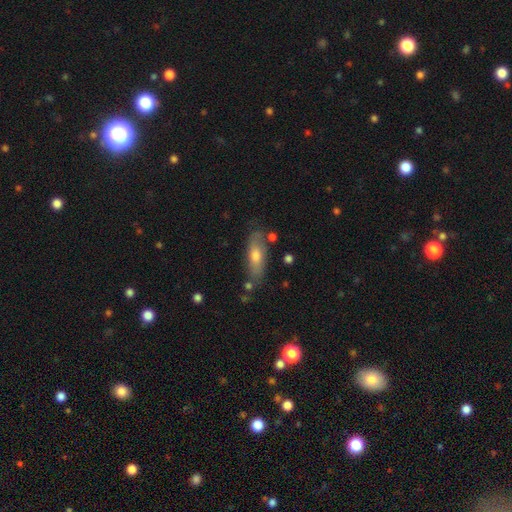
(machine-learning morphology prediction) A smooth galaxy with no disk features (60%) that is in between round and cigar-shaped (58%). Merging: none (73%).